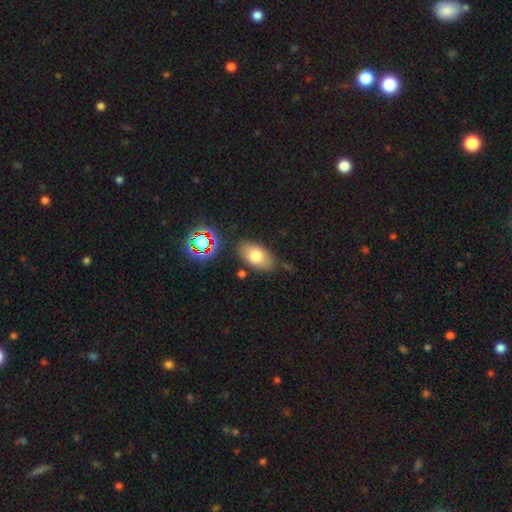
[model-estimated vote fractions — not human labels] Overall: smooth (74%). How rounded: in between (91%). Merging: none (76%).